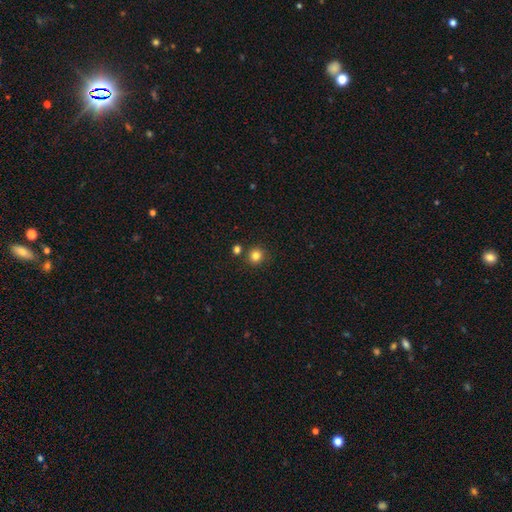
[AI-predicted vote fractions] Smooth or featured? Predicted: smooth (p=0.82). How rounded? Predicted: round (p=0.92). Merging? Predicted: none (p=0.82).